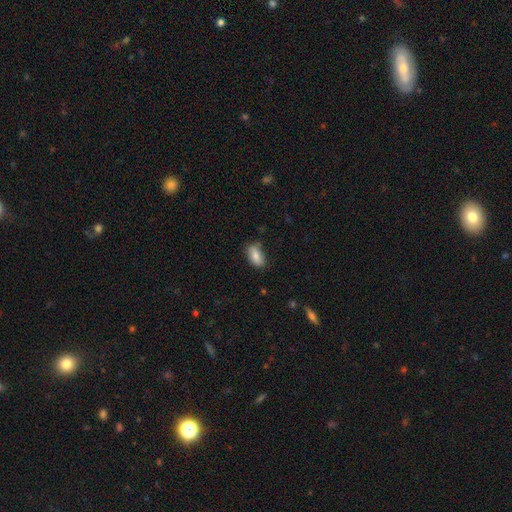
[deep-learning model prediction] Smooth or featured: smooth — 84% (featured or disk — 9%)
How rounded: in between — 90% (cigar-shaped — 6%)
Merging: none — 74% (minor disturbance — 21%)